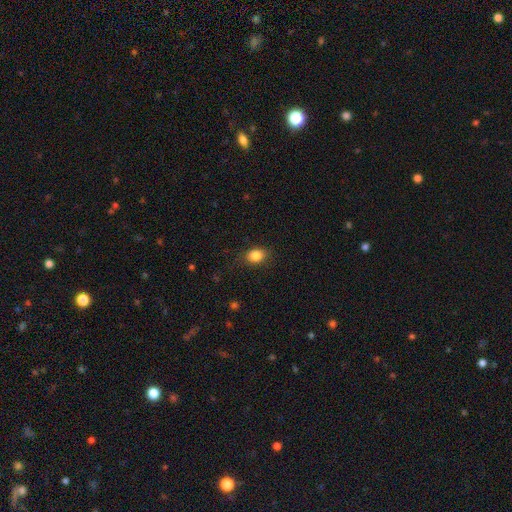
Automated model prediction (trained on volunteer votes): This is clearly a smooth galaxy (85%). How rounded: likely in between (65%). Merging: clearly none (83%).